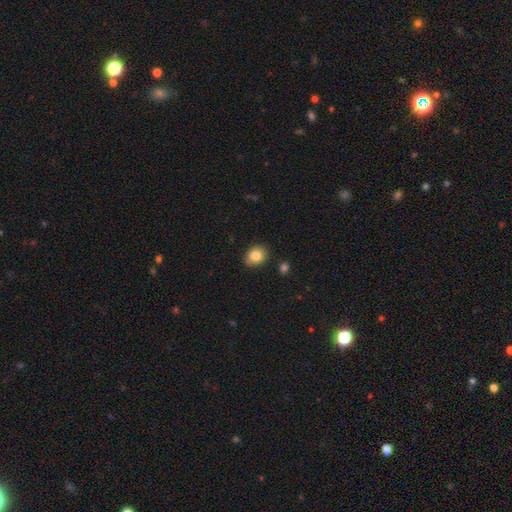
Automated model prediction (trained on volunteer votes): This is clearly a smooth galaxy (83%). How rounded: likely round (62%). Merging: likely none (79%).